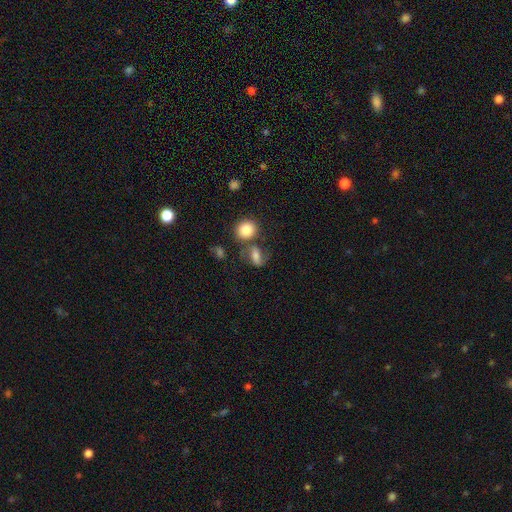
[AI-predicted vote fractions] Morphology: type=smooth (62%); roundness=in between (62%); merging=none (54%).